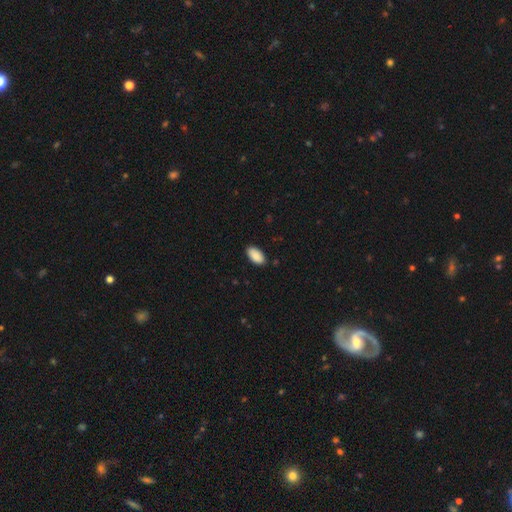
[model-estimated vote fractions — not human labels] The model was most divided on "merging": none: 87%, minor disturbance: 10%, major disturbance: 2%, merger: 1%. More confident: how rounded — in between (95%); smooth or featured — smooth (90%).